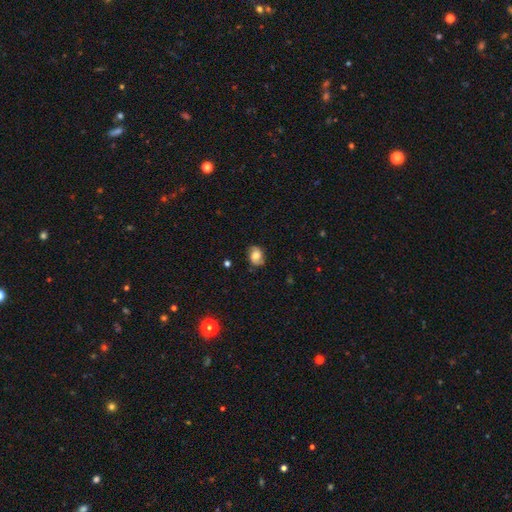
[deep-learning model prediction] A smooth galaxy with no disk features (49%). Merging: none (77%).